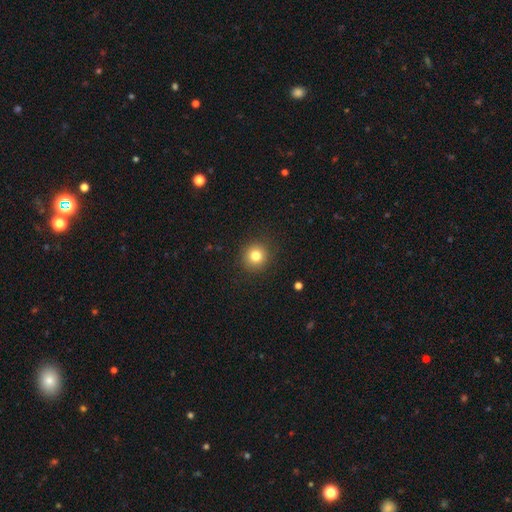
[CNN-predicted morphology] This appears to be a smooth galaxy with no disk features (81%) that is round (93%). Merging: none (91%).